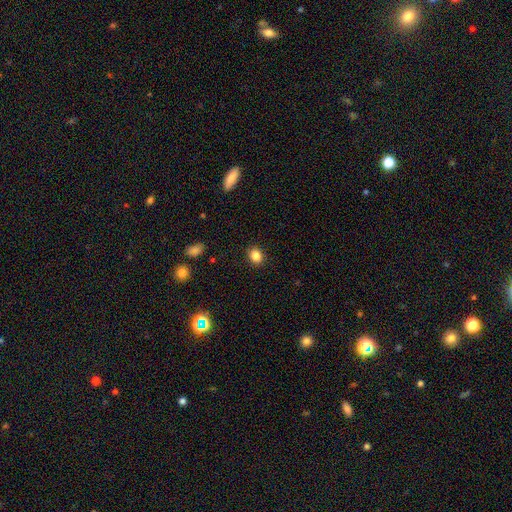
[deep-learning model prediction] Smooth or featured? Predicted: smooth (p=0.85). How rounded? Predicted: round (p=0.52). Merging? Predicted: none (p=0.90).